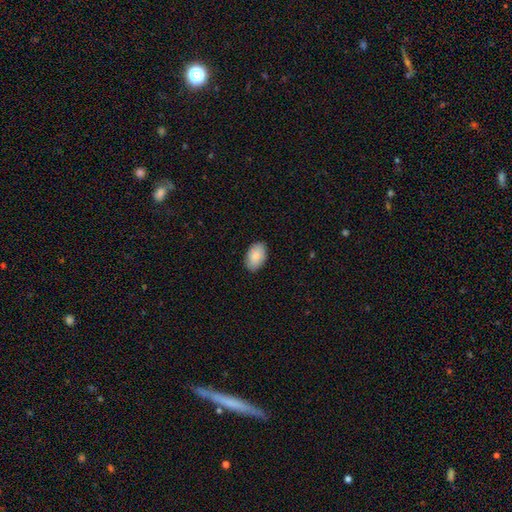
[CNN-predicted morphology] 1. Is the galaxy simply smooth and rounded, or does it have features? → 86% smooth, 8% featured or disk, 6% star or artifact.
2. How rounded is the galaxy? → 91% in between, 8% round, 1% cigar-shaped.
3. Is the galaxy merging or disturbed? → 87% none, 10% minor disturbance, 2% major disturbance, 1% merger.